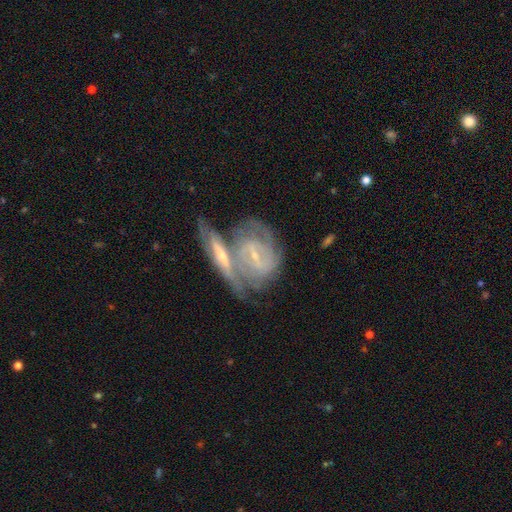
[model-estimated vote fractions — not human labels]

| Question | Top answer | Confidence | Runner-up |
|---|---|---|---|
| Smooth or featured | featured or disk | 82% | smooth (12%) |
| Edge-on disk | no | 93% | yes (7%) |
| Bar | weak | 48% | no (30%) |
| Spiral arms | yes | 93% | no (7%) |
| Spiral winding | tight | 58% | medium (34%) |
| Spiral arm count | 2 | 39% | can't tell (34%) |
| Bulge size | small | 74% | moderate (20%) |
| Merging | merger | 55% | none (29%) |